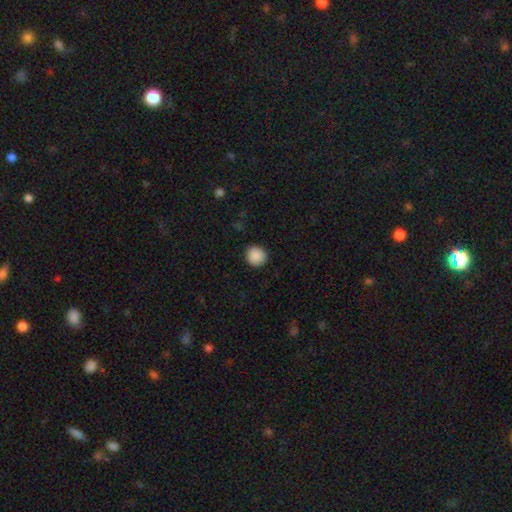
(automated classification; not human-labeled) A smooth galaxy with no disk features (89%) that is round (88%). Merging: none (89%).